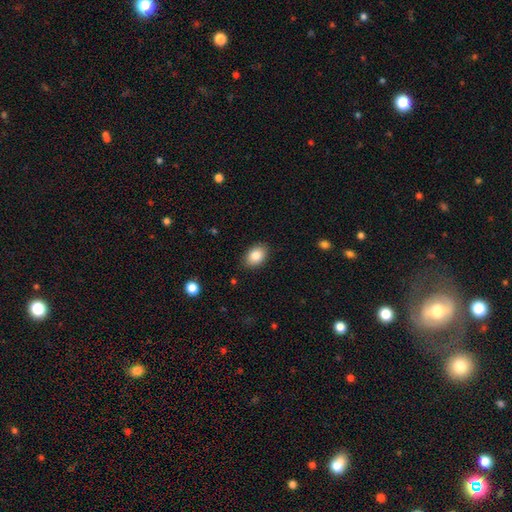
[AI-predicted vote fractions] Overall: smooth (85%). How rounded: in between (82%). Merging: none (87%).